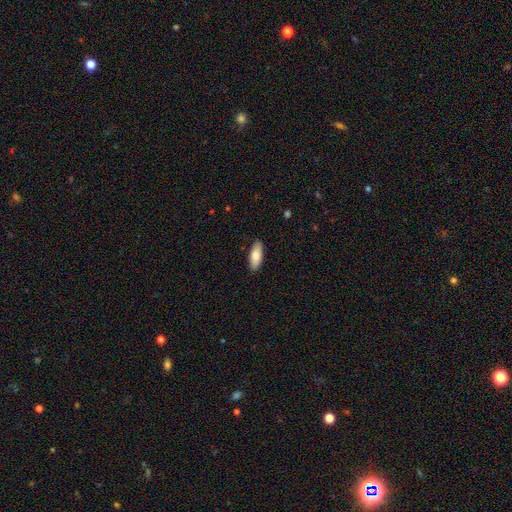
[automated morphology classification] Smooth or featured?
  - smooth: 84% *
  - featured or disk: 11%
  - star or artifact: 6%
How rounded?
  - in between: 76% *
  - cigar-shaped: 22%
  - round: 2%
Merging?
  - none: 88% *
  - minor disturbance: 9%
  - major disturbance: 2%
  - merger: 1%